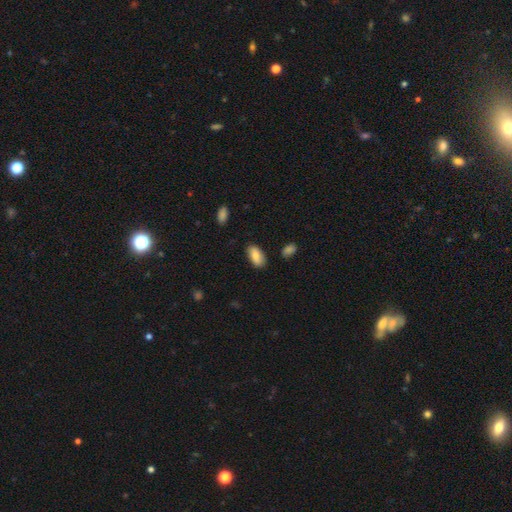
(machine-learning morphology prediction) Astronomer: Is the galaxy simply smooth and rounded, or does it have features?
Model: smooth — 81%.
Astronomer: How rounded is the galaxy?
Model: in between — 93%.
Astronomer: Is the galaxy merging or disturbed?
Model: none — 81%.